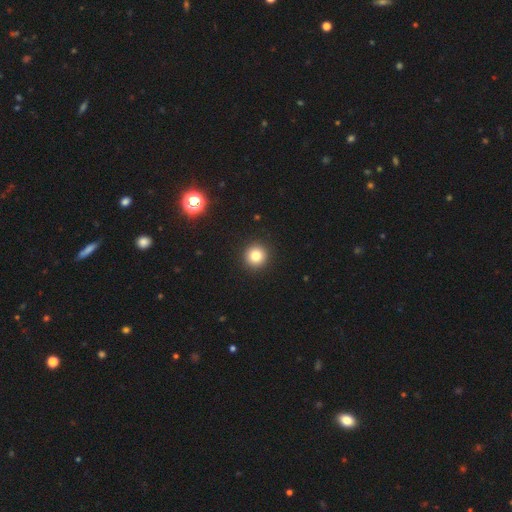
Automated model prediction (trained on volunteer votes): Overall: smooth (82%). How rounded: round (95%). Merging: none (93%).